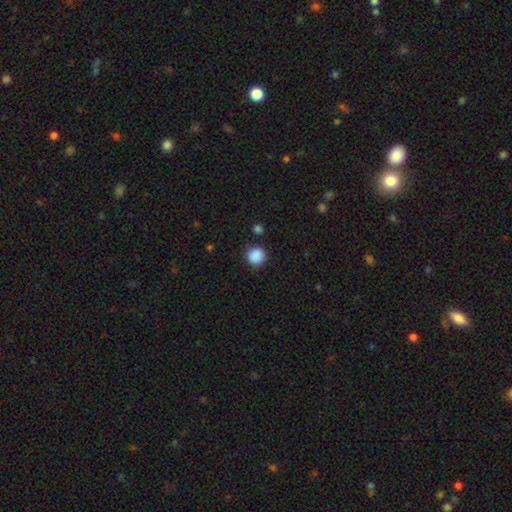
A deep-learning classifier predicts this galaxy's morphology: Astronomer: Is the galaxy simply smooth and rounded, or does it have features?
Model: smooth — 88%.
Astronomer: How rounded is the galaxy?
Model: round — 94%.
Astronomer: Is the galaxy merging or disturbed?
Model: none — 88%.